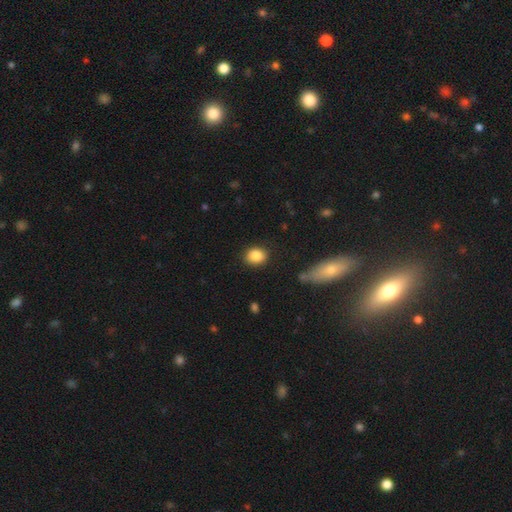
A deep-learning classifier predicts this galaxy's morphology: The model was most divided on "how rounded": round: 53%, in between: 46%, cigar-shaped: 1%. More confident: smooth or featured — smooth (87%); merging — none (86%).